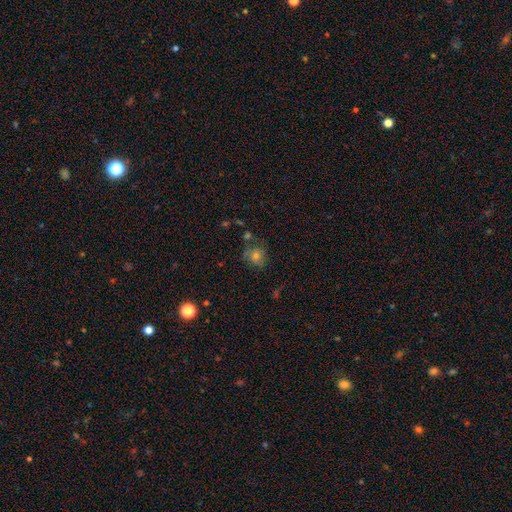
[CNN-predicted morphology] smooth_or_featured: smooth (p=0.55) [alt: star or artifact p=0.24]
how_rounded: round (p=0.80) [alt: in between p=0.19]
merging: none (p=0.68) [alt: minor disturbance p=0.17]